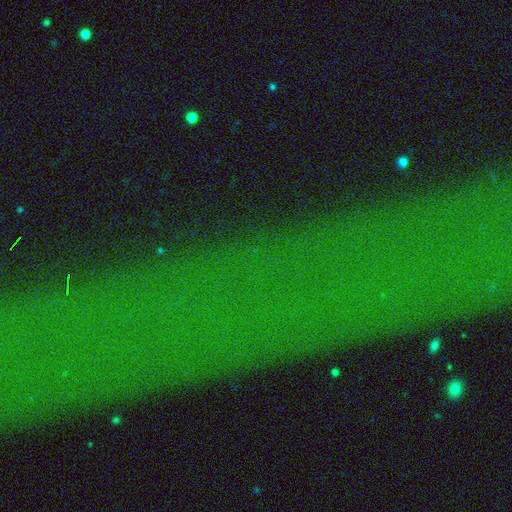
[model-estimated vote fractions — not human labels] Morphology: type=star or artifact (78%).